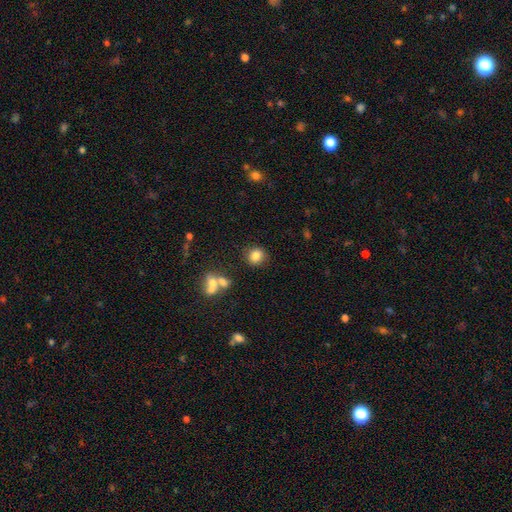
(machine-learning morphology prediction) type=smooth (82%); roundness=round (83%); merging=none (79%).